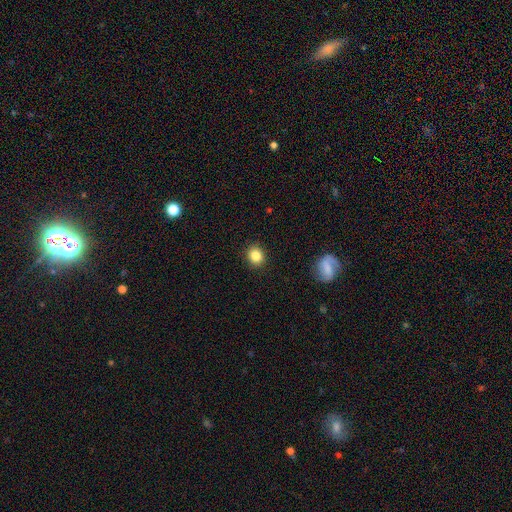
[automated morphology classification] Q: Smooth or featured?
A: smooth (84%); runner-up: star or artifact (10%)
Q: How rounded?
A: round (76%); runner-up: in between (23%)
Q: Merging?
A: none (90%); runner-up: minor disturbance (7%)